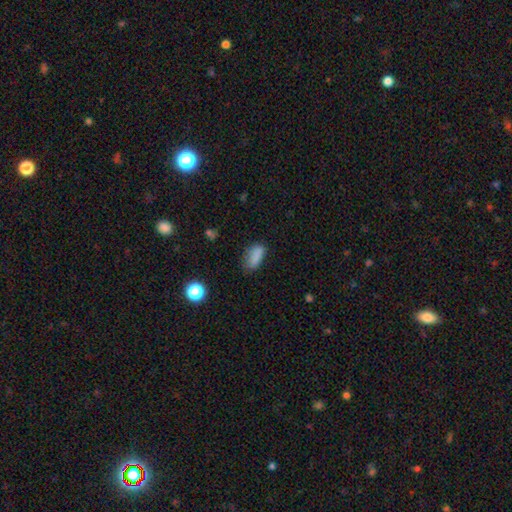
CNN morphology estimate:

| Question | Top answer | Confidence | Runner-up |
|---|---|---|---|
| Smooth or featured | smooth | 83% | star or artifact (11%) |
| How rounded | in between | 86% | cigar-shaped (10%) |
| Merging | none | 61% | minor disturbance (27%) |